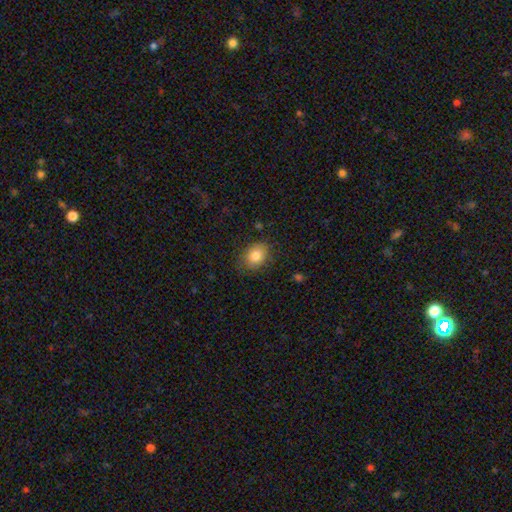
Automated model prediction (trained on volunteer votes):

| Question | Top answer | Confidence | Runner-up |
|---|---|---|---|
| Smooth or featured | smooth | 84% | star or artifact (9%) |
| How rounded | in between | 60% | round (39%) |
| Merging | none | 81% | minor disturbance (14%) |